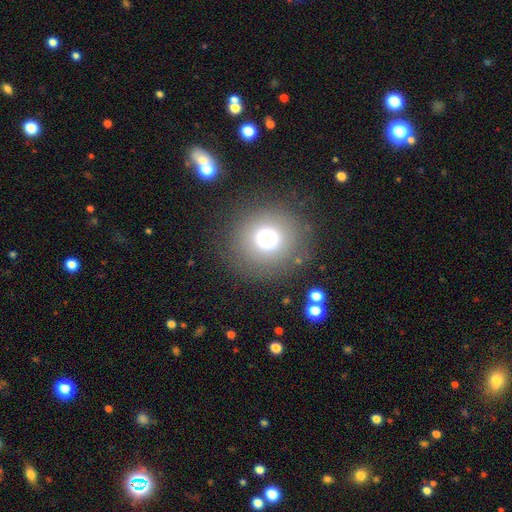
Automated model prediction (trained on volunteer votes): Q: Smooth or featured?
A: smooth (56%); runner-up: star or artifact (30%)
Q: How rounded?
A: round (90%); runner-up: in between (8%)
Q: Merging?
A: none (88%); runner-up: minor disturbance (6%)